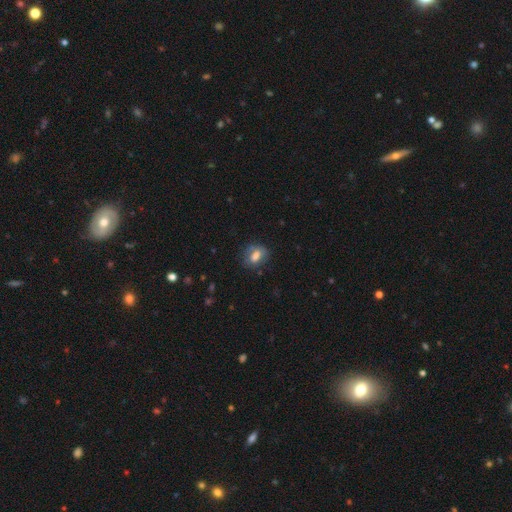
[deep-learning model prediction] Smooth or featured? Predicted: smooth (p=0.70). How rounded? Predicted: in between (p=0.72). Merging? Predicted: none (p=0.71).